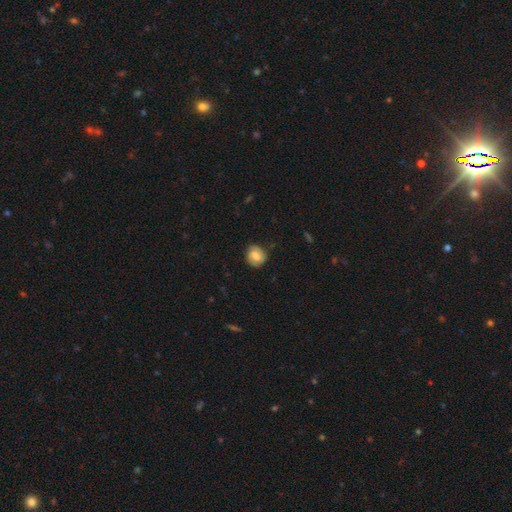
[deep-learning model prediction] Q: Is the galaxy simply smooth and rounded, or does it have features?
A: smooth — 63%.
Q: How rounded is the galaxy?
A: round — 78%.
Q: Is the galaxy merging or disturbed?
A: none — 81%.